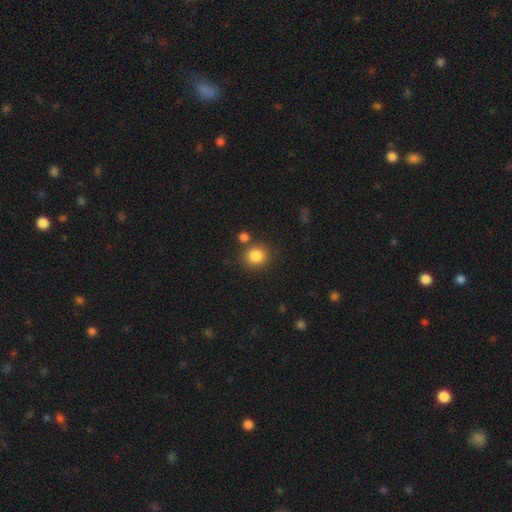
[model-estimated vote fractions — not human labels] The model was most divided on "merging": none: 77%, merger: 10%, minor disturbance: 9%, major disturbance: 3%. More confident: smooth or featured — smooth (85%); how rounded — round (84%).